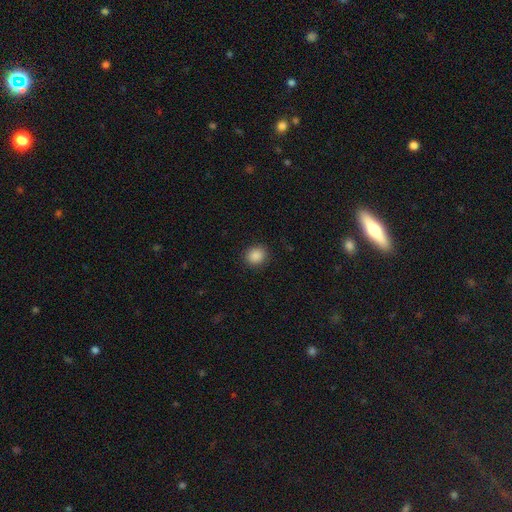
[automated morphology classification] Smooth or featured? smooth (87%)
How rounded? round (80%)
Merging? none (90%)